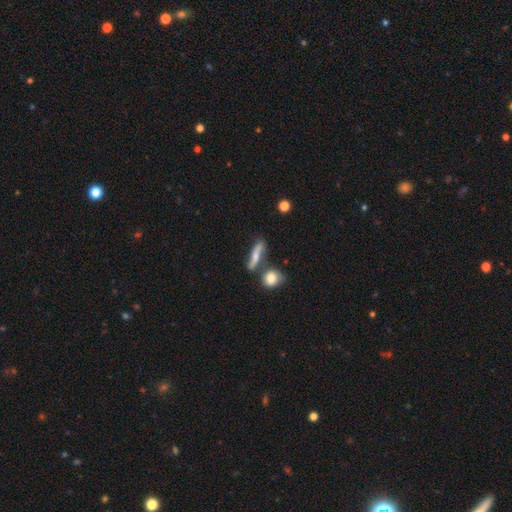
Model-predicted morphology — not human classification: This appears to be a smooth galaxy with no disk features (53%) that is cigar-shaped (66%). Merging: none (58%).